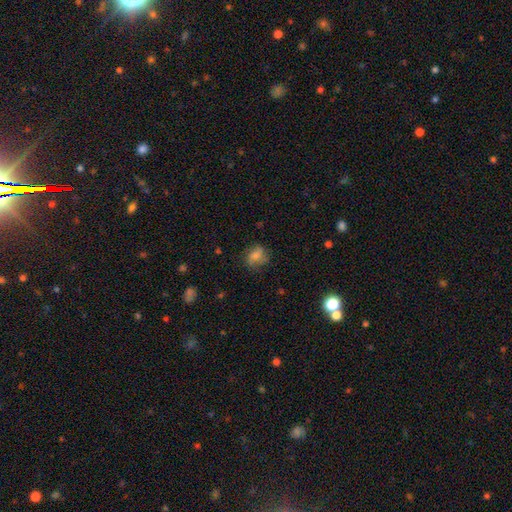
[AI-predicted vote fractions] The model was most divided on "how rounded": round: 61%, in between: 38%, cigar-shaped: 2%. More confident: merging — none (65%); smooth or featured — smooth (58%).